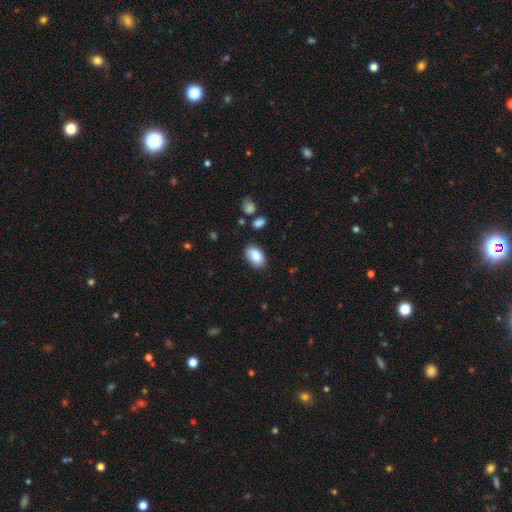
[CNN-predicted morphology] This appears to be a smooth galaxy with no disk features (87%) that is in between round and cigar-shaped (92%). Merging: none (80%).